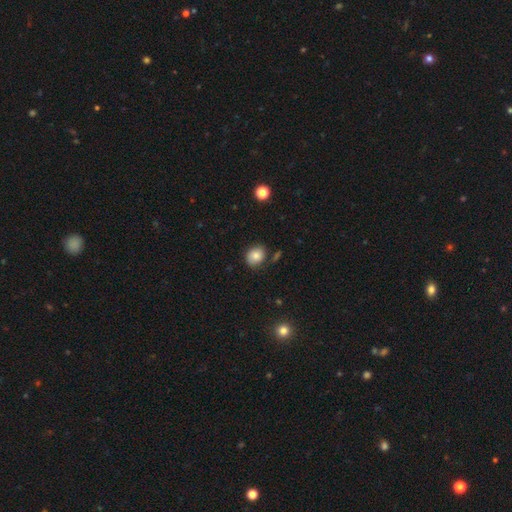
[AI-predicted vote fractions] This is likely a smooth galaxy (79%). How rounded: likely round (61%). Merging: likely none (74%).